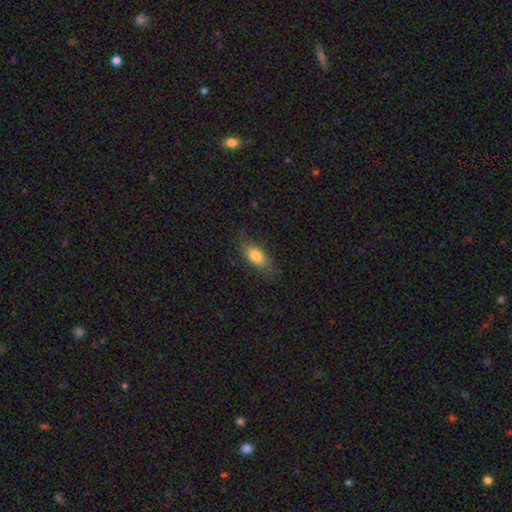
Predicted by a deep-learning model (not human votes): The model was most divided on "merging": none: 76%, minor disturbance: 18%, major disturbance: 5%, merger: 1%. More confident: how rounded — in between (82%); smooth or featured — smooth (78%).